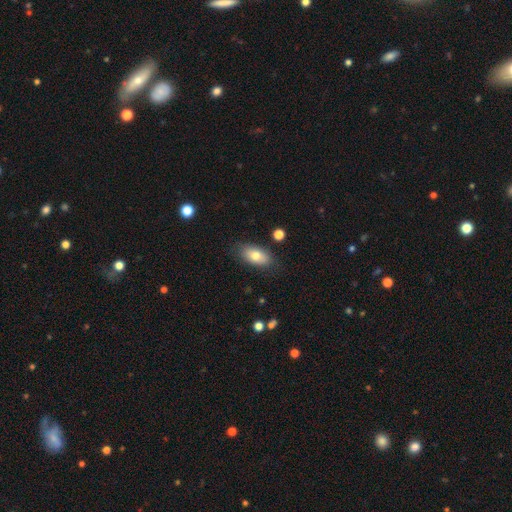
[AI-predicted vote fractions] This appears to be a smooth galaxy with no disk features (75%) that is in between round and cigar-shaped (90%). Merging: none (81%).